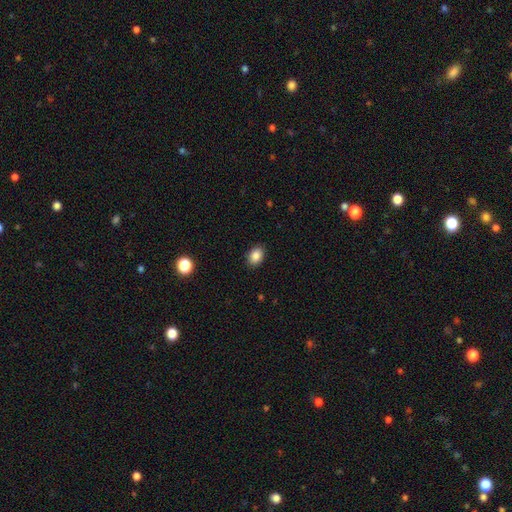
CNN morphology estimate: Smooth or featured? Predicted: smooth (p=0.87). How rounded? Predicted: in between (p=0.73). Merging? Predicted: none (p=0.89).